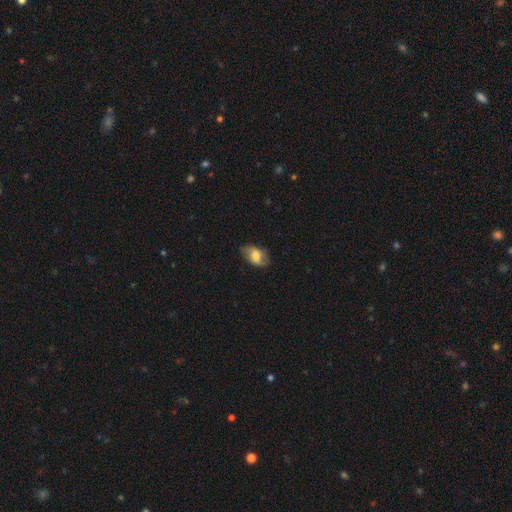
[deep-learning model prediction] Smooth or featured: smooth — 62% (featured or disk — 30%)
How rounded: in between — 87% (round — 11%)
Merging: none — 69% (minor disturbance — 23%)